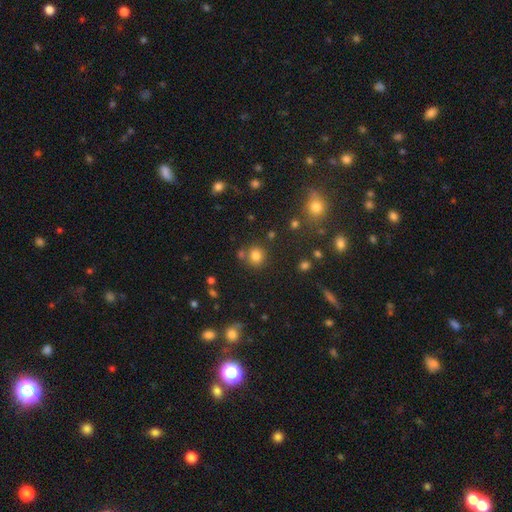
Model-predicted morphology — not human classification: Smooth or featured?
  - smooth: 79% *
  - star or artifact: 15%
  - featured or disk: 6%
How rounded?
  - round: 85% *
  - in between: 15%
  - cigar-shaped: 1%
Merging?
  - none: 75% *
  - merger: 12%
  - minor disturbance: 9%
  - major disturbance: 3%